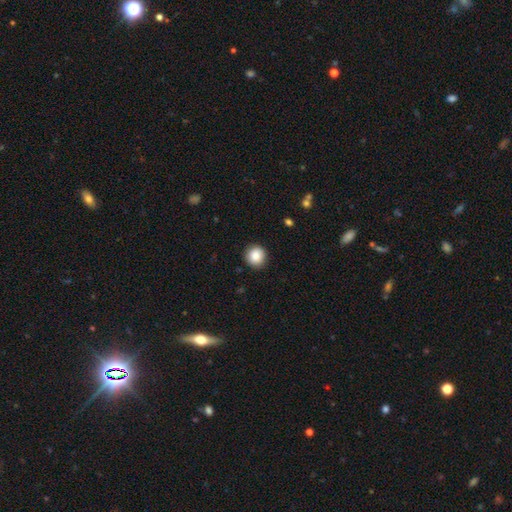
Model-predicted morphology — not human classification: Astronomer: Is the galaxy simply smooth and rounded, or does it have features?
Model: smooth — 87%.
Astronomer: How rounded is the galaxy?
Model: round — 93%.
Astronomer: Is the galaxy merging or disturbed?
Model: none — 91%.